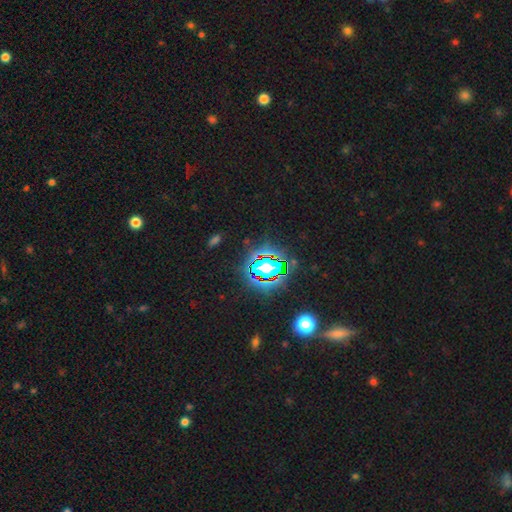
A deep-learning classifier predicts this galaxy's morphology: Smooth or featured? star or artifact (80%)